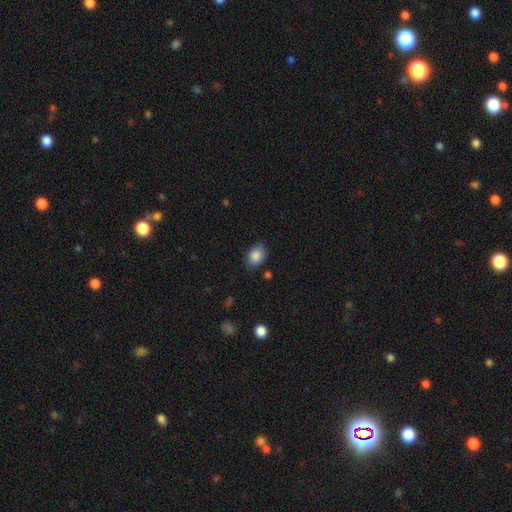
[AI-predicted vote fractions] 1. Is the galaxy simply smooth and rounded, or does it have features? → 86% smooth, 8% star or artifact, 6% featured or disk.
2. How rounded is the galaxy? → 70% in between, 29% round, 1% cigar-shaped.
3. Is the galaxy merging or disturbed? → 78% none, 17% minor disturbance, 4% major disturbance, 2% merger.